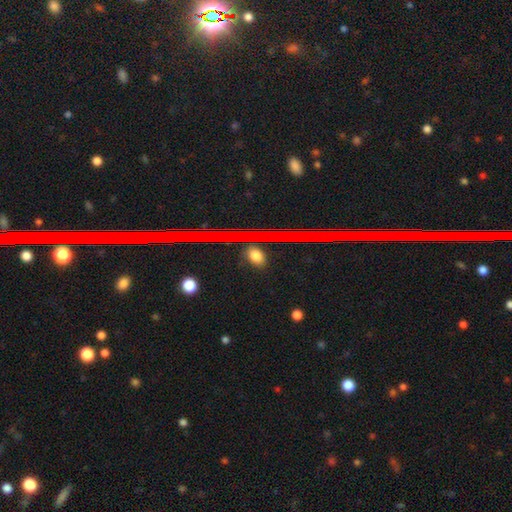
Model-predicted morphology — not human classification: Smooth or featured? Predicted: smooth (p=0.62). How rounded? Predicted: round (p=0.51). Merging? Predicted: none (p=0.88).